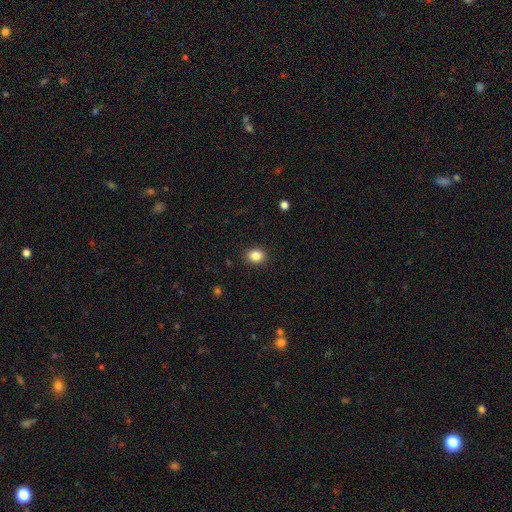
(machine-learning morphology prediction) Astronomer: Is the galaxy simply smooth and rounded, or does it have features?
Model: smooth — 85%.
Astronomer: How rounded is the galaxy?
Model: round — 66%.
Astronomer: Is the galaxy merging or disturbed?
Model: none — 90%.